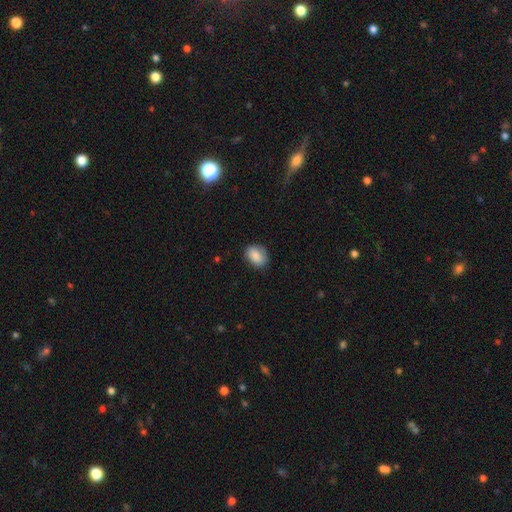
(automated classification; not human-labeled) Smooth or featured? Predicted: smooth (p=0.85). How rounded? Predicted: in between (p=0.70). Merging? Predicted: none (p=0.76).